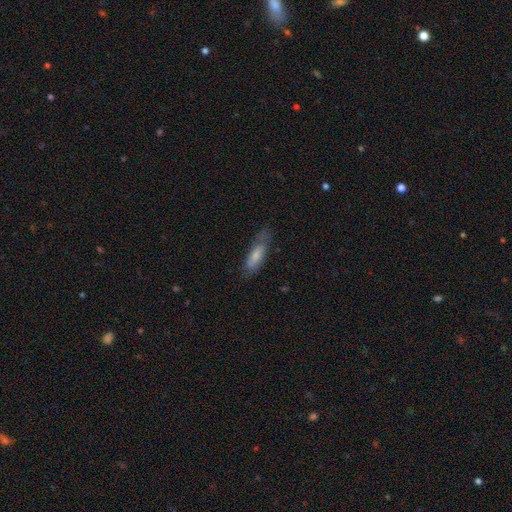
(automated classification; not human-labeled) Smooth or featured? smooth (64%)
How rounded? in between (52%)
Merging? none (64%)